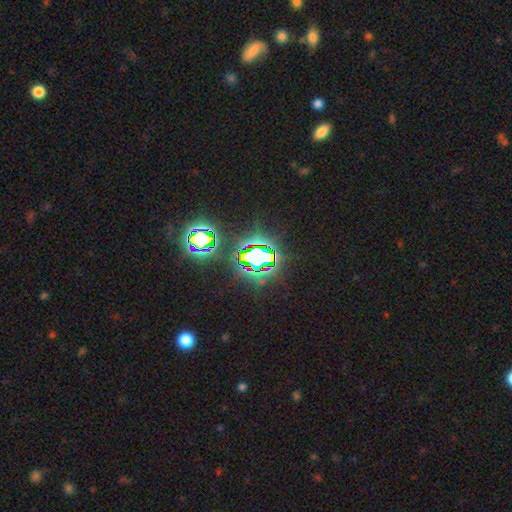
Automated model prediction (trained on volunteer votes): smooth_or_featured: star or artifact (p=0.73) [alt: smooth p=0.15]